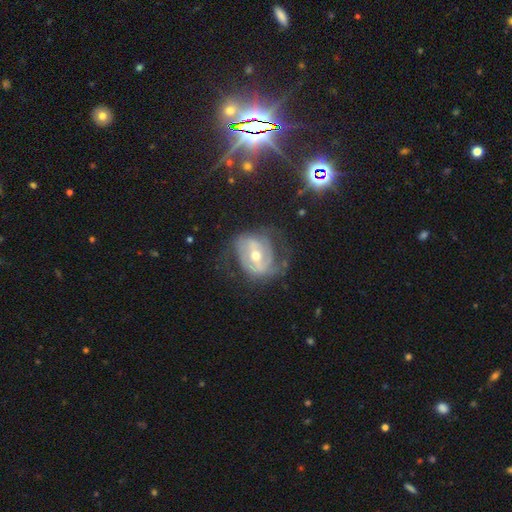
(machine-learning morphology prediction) Smooth or featured: featured or disk — 79% (smooth — 15%)
Edge-on disk: no — 96% (yes — 4%)
Bar: strong — 43% (weak — 38%)
Spiral arms: yes — 74% (no — 26%)
Spiral winding: medium — 41% (tight — 33%)
Spiral arm count: 2 — 63% (can't tell — 22%)
Bulge size: moderate — 63% (small — 32%)
Merging: none — 53% (minor disturbance — 22%)